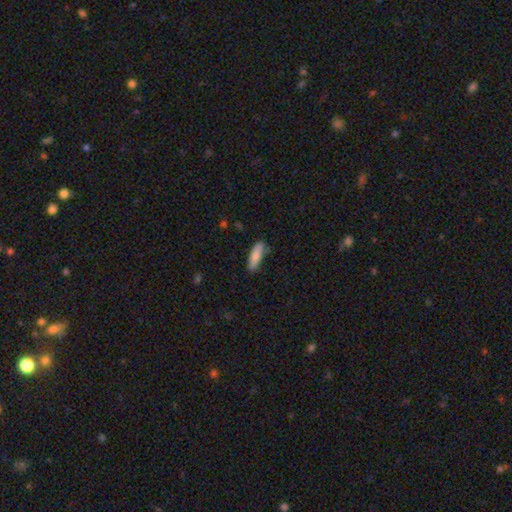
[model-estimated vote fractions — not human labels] This is clearly a smooth galaxy (84%). How rounded: possibly cigar-shaped (59%). Merging: likely none (78%).